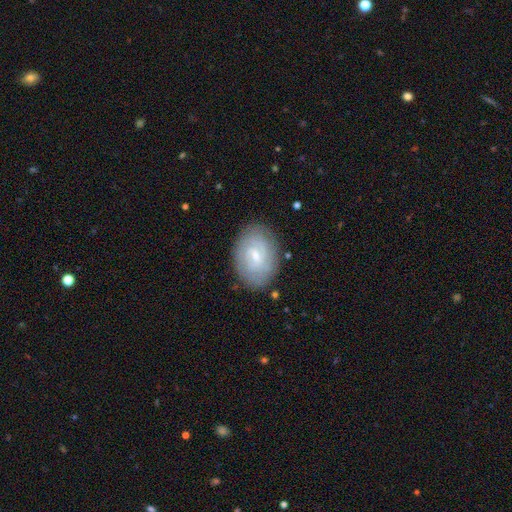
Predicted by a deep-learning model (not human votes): Smooth or featured? Predicted: featured or disk (p=0.65). Edge-on disk? Predicted: no (p=0.96). Bar? Predicted: weak (p=0.54). Spiral arms? Predicted: yes (p=0.85). Spiral winding? Predicted: tight (p=0.70). Spiral arm count? Predicted: can't tell (p=0.47). Bulge size? Predicted: small (p=0.67). Merging? Predicted: none (p=0.82).